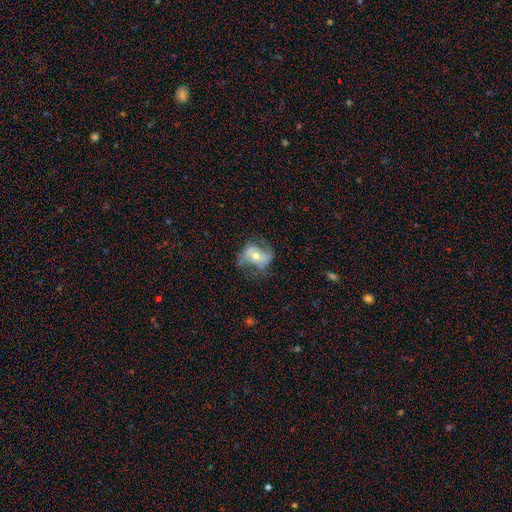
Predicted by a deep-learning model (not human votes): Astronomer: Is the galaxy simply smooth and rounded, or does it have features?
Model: featured or disk — 70%.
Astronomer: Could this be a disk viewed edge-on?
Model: no — 96%.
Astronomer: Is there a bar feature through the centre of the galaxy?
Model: no — 60%.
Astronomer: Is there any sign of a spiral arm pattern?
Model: yes — 82%.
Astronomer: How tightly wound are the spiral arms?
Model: medium — 43% (runner-up: loose, 32%).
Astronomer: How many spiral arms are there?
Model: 2 — 70%.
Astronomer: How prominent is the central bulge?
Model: moderate — 57% (runner-up: small, 38%).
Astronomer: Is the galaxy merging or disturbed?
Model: none — 58%.